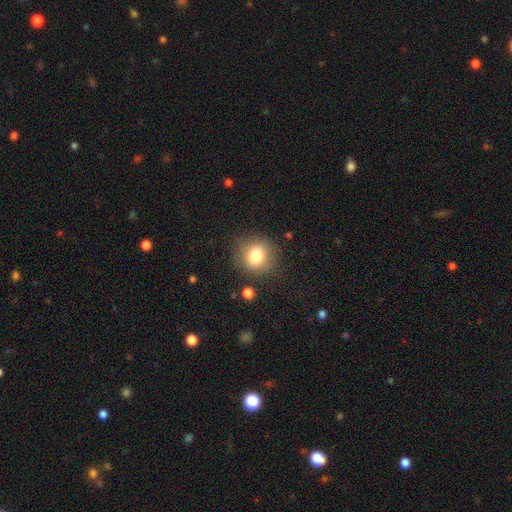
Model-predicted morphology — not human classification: Q: Smooth or featured?
A: smooth (81%); runner-up: star or artifact (10%)
Q: How rounded?
A: round (75%); runner-up: in between (24%)
Q: Merging?
A: none (78%); runner-up: minor disturbance (14%)